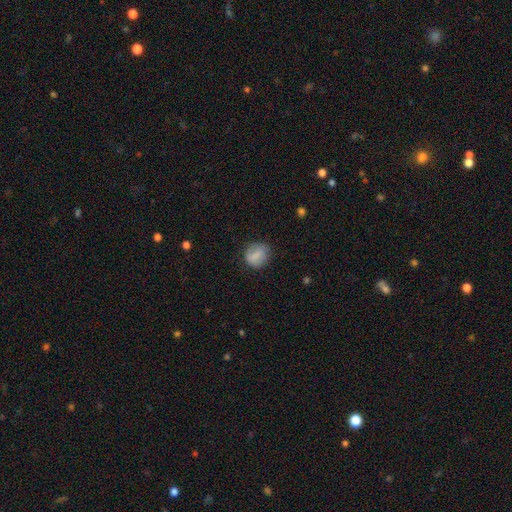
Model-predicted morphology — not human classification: The model was most divided on "how rounded": round: 69%, in between: 29%, cigar-shaped: 1%. More confident: smooth or featured — smooth (79%); merging — none (76%).